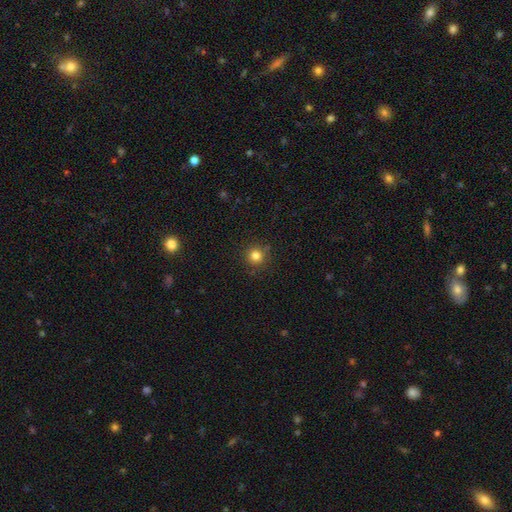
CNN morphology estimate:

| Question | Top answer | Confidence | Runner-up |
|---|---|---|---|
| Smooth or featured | smooth | 81% | star or artifact (14%) |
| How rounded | round | 94% | in between (5%) |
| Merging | none | 87% | minor disturbance (8%) |